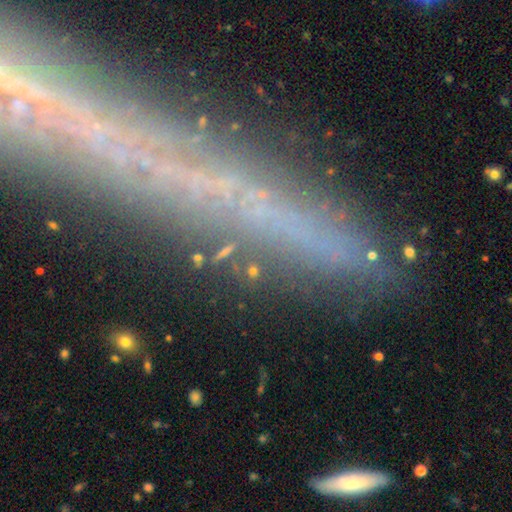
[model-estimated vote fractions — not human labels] This is marginally a featured or disk galaxy (43%). Merging: likely none (80%).